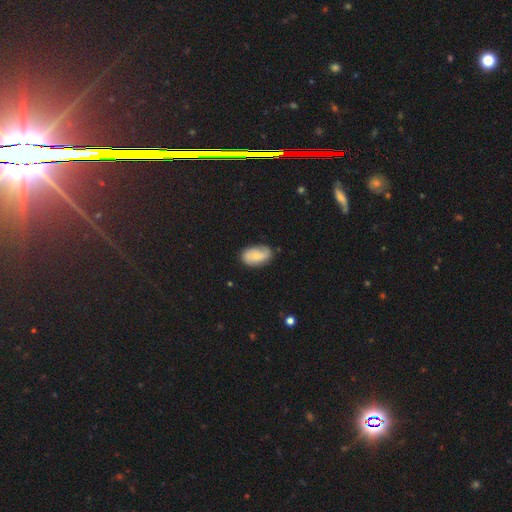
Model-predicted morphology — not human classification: This is possibly a smooth galaxy (54%). How rounded: clearly in between (90%). Merging: likely none (75%).